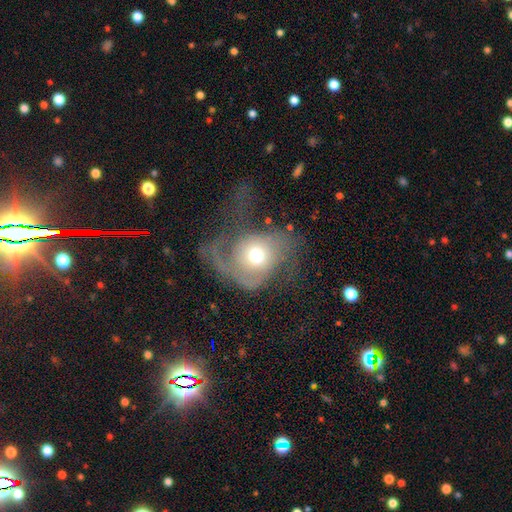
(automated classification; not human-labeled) smooth_or_featured: featured or disk (p=0.52) [alt: smooth p=0.39]
disk_edge_on: no (p=0.95) [alt: yes p=0.05]
merging: major disturbance (p=0.57) [alt: none p=0.24]